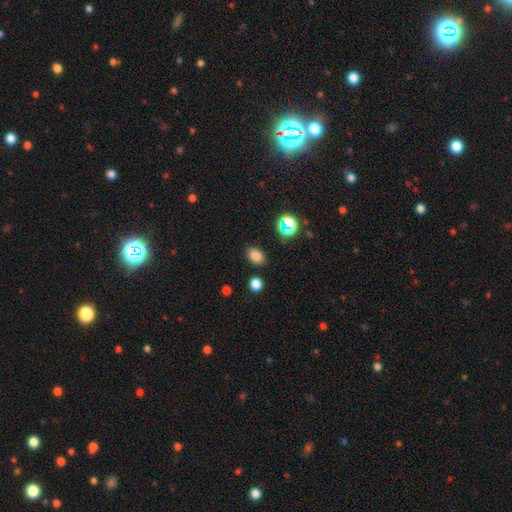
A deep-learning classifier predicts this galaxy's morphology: smooth_or_featured: smooth (p=0.79) [alt: star or artifact p=0.15]
how_rounded: in between (p=0.83) [alt: round p=0.16]
merging: none (p=0.84) [alt: minor disturbance p=0.09]